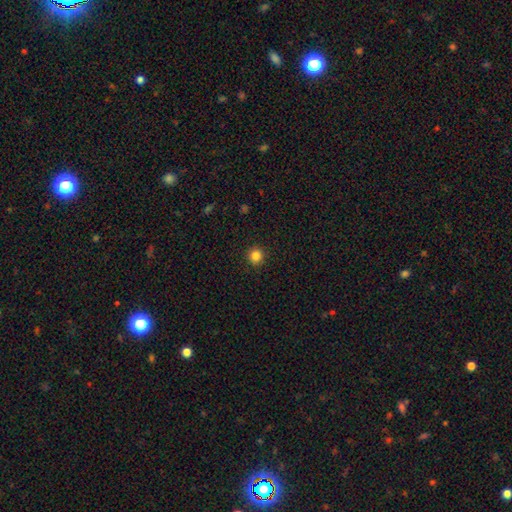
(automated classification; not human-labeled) smooth_or_featured: smooth (p=0.84) [alt: star or artifact p=0.12]
how_rounded: round (p=0.95) [alt: in between p=0.04]
merging: none (p=0.93) [alt: minor disturbance p=0.05]